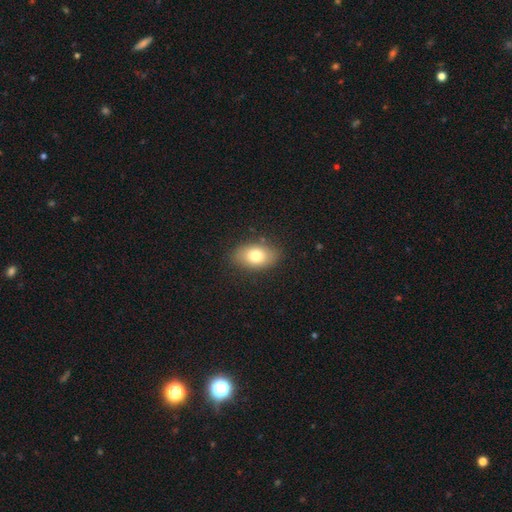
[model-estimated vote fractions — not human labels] Smooth or featured? Predicted: smooth (p=0.78). How rounded? Predicted: in between (p=0.88). Merging? Predicted: none (p=0.84).